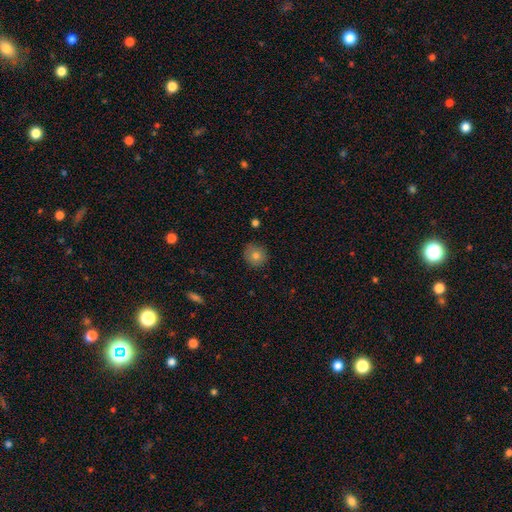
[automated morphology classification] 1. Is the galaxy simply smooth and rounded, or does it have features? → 79% smooth, 10% featured or disk, 10% star or artifact.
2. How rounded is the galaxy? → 88% round, 11% in between, 1% cigar-shaped.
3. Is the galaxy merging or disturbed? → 86% none, 11% minor disturbance, 2% major disturbance, 1% merger.